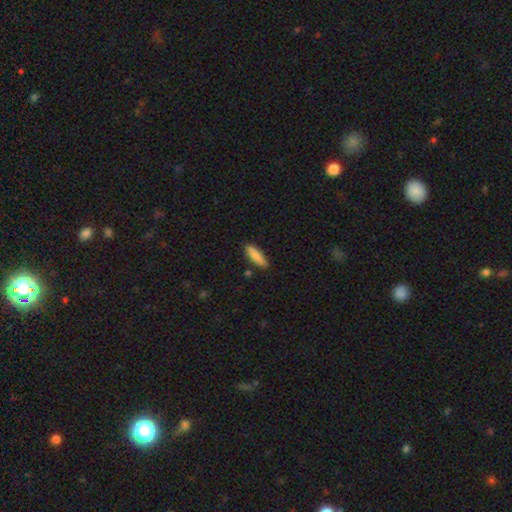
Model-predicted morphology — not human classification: Overall: smooth (83%). How rounded: cigar-shaped (64%; in between 35%). Merging: none (85%).